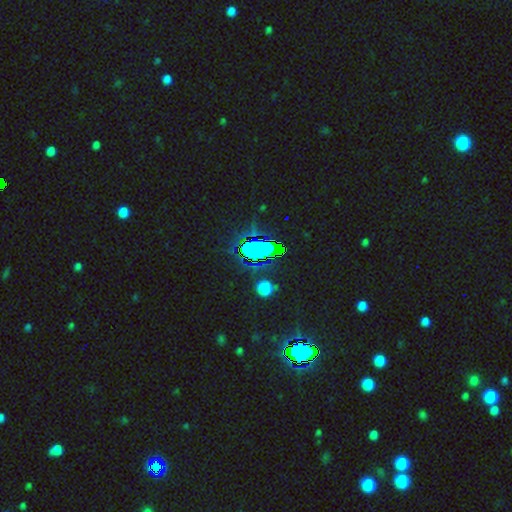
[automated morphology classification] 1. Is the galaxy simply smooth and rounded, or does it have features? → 80% star or artifact, 12% smooth, 9% featured or disk.